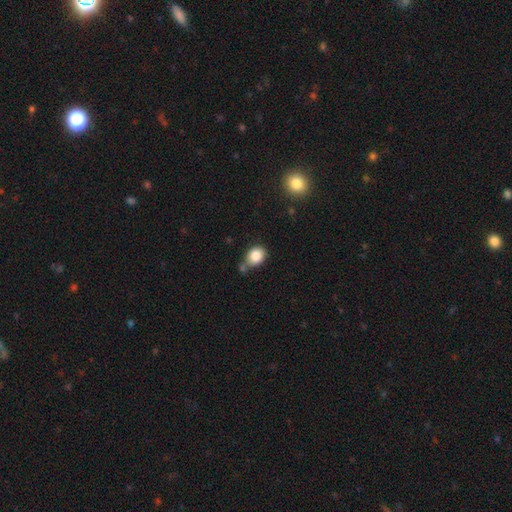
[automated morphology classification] smooth 85%, star or artifact 9%, featured or disk 6%. Down the decision tree: how rounded — round (50%); merging — none (58%).